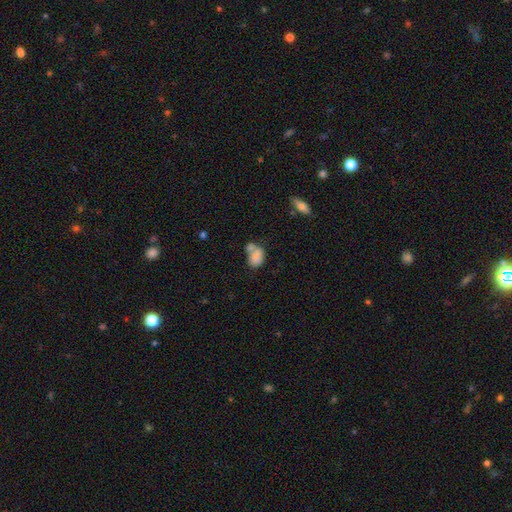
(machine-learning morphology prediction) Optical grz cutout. It shows a smooth galaxy with no disk features (77%) that is in between round and cigar-shaped (79%). Merging: merger (48%).